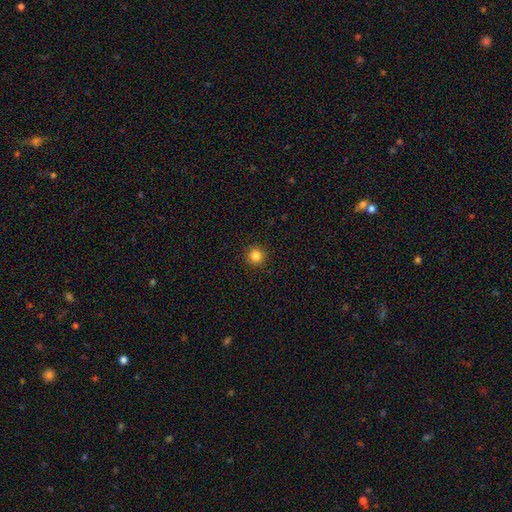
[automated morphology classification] A smooth galaxy with no disk features (84%) that is round (95%).

Vote fractions:
- Smooth or featured? smooth: 84% / star or artifact: 11% / featured or disk: 4%
- How rounded? round: 95% / in between: 4% / cigar-shaped: 1%
- Merging? none: 93% / minor disturbance: 5% / major disturbance: 2% / merger: 1%